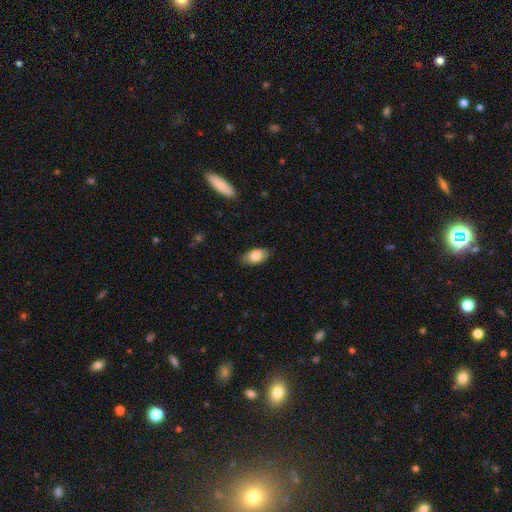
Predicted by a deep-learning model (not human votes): Smooth or featured?
  - smooth: 82% *
  - featured or disk: 12%
  - star or artifact: 6%
How rounded?
  - in between: 92% *
  - round: 5%
  - cigar-shaped: 3%
Merging?
  - none: 83% *
  - minor disturbance: 14%
  - major disturbance: 3%
  - merger: 1%